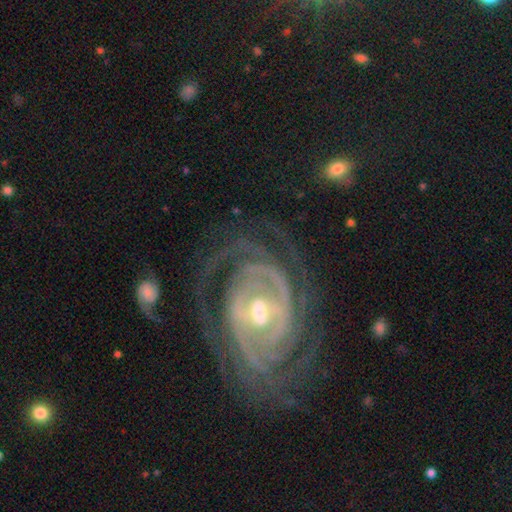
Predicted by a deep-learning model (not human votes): Smooth or featured: featured or disk — 91% (star or artifact — 5%)
Edge-on disk: no — 96% (yes — 4%)
Bar: weak — 41% (strong — 34%)
Spiral arms: yes — 97% (no — 3%)
Spiral winding: tight — 73% (medium — 22%)
Spiral arm count: 2 — 28% (3 — 23%)
Bulge size: moderate — 65% (small — 29%)
Merging: none — 72% (minor disturbance — 16%)